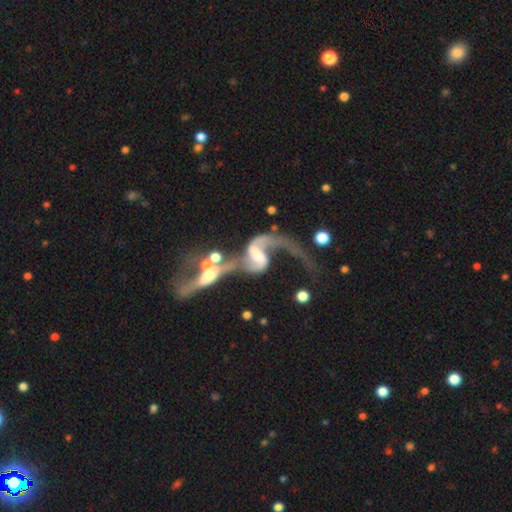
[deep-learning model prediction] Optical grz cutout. It shows a featured or disk galaxy (86%) with a weak bar (41%), 2 (88%) loose (83%) spiral arms (93%) and a moderate central bulge (34%). Merging: merger (48%).